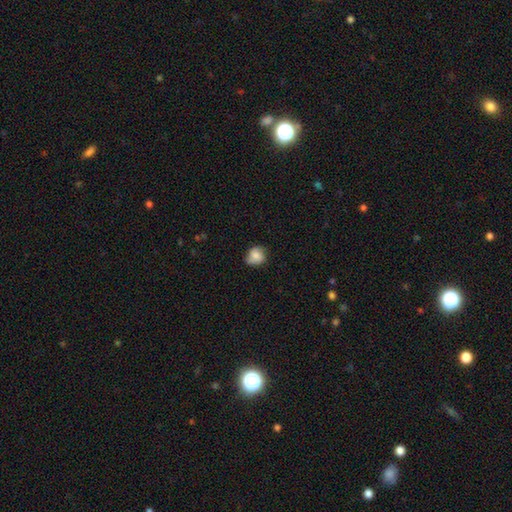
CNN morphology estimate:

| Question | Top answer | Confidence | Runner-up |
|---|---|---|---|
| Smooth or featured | smooth | 74% | featured or disk (17%) |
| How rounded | round | 70% | in between (29%) |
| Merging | none | 67% | minor disturbance (26%) |